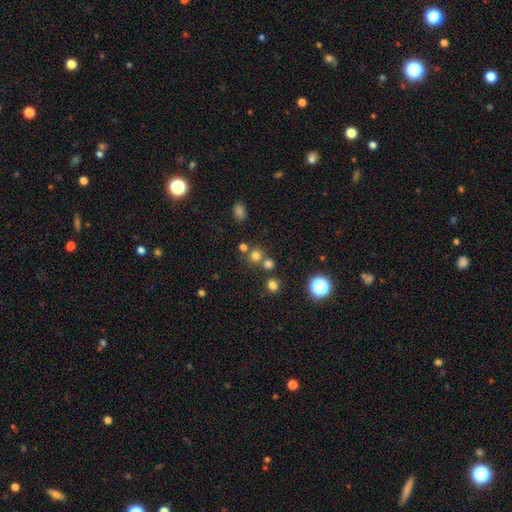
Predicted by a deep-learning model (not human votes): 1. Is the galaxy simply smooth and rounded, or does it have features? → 71% smooth, 22% star or artifact, 7% featured or disk.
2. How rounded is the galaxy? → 90% round, 9% in between, 1% cigar-shaped.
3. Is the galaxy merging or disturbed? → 68% none, 22% merger, 7% minor disturbance, 3% major disturbance.